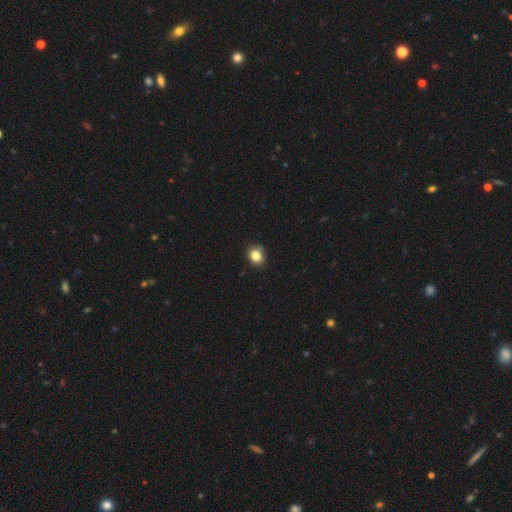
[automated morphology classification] smooth-or-featured: smooth: 84% | star or artifact: 11% | featured or disk: 5%
  how-rounded: round: 65% | in between: 34% | cigar-shaped: 1%
  merging: none: 85% | minor disturbance: 12% | major disturbance: 2% | merger: 1%